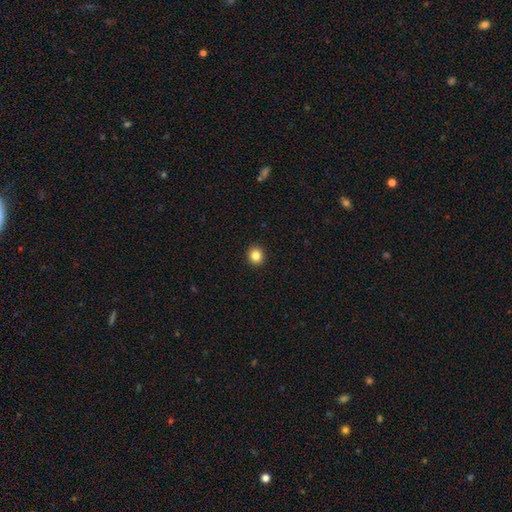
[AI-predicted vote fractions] smooth_or_featured: smooth (p=0.85) [alt: star or artifact p=0.11]
how_rounded: round (p=0.89) [alt: in between p=0.10]
merging: none (p=0.93) [alt: minor disturbance p=0.04]